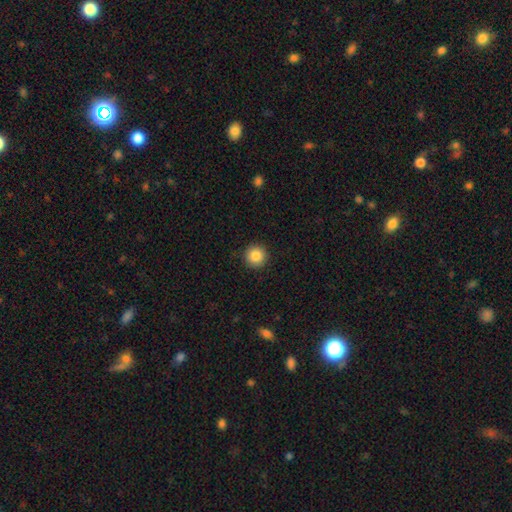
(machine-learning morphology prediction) The model was most divided on "smooth or featured": smooth: 86%, star or artifact: 9%, featured or disk: 5%. More confident: how rounded — round (96%); merging — none (92%).